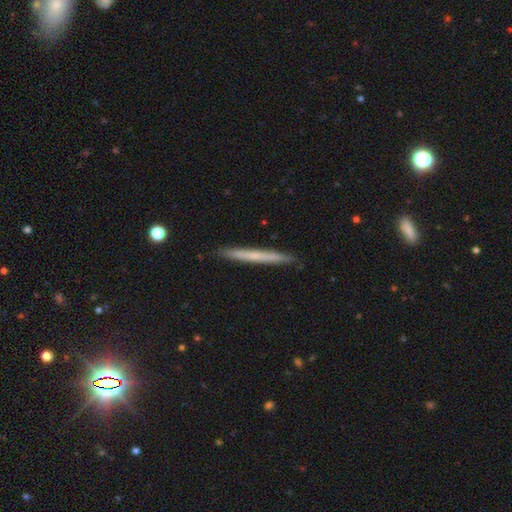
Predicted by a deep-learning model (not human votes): This is possibly a smooth galaxy (52%). How rounded: clearly cigar-shaped (97%). Merging: clearly none (91%).